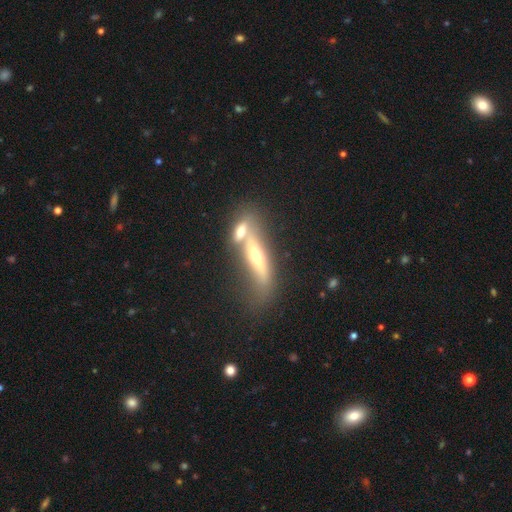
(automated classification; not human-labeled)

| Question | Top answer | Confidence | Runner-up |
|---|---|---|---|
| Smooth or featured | featured or disk | 57% | smooth (36%) |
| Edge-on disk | yes | 70% | no (30%) |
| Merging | merger | 50% | none (31%) |